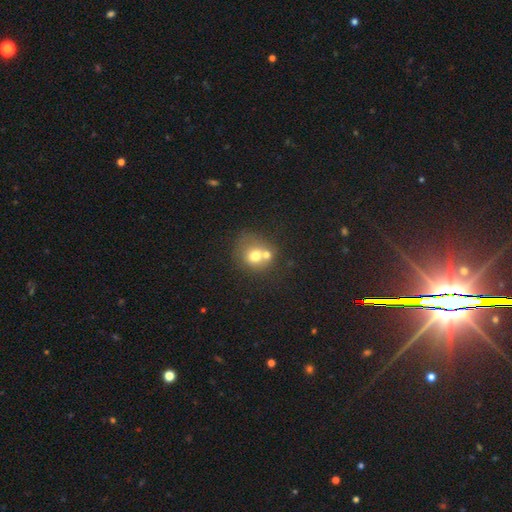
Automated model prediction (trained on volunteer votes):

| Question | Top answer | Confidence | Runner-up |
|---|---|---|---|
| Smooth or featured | smooth | 68% | featured or disk (21%) |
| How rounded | round | 78% | in between (22%) |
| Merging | merger | 53% | none (33%) |